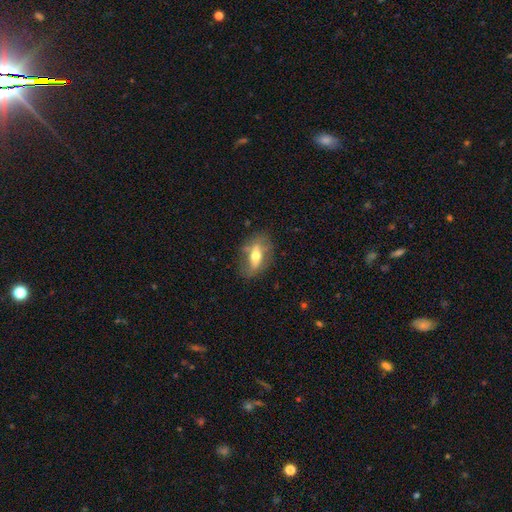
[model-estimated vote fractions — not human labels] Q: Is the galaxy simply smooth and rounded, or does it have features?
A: featured or disk — 51%.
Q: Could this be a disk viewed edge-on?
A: no — 66%.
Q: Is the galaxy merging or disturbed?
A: none — 69%.